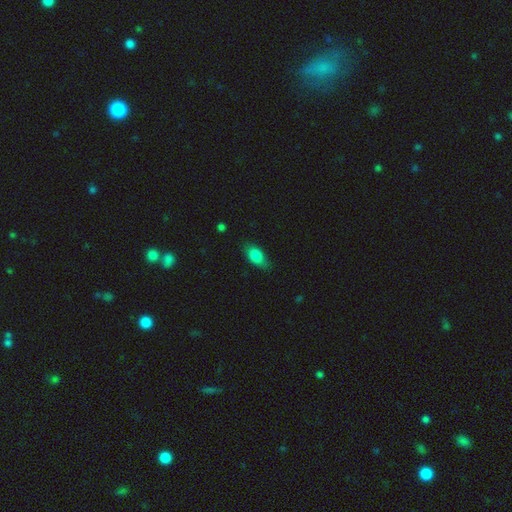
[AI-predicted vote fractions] Q: Smooth or featured?
A: smooth (81%); runner-up: featured or disk (11%)
Q: How rounded?
A: in between (85%); runner-up: cigar-shaped (8%)
Q: Merging?
A: none (73%); runner-up: minor disturbance (22%)